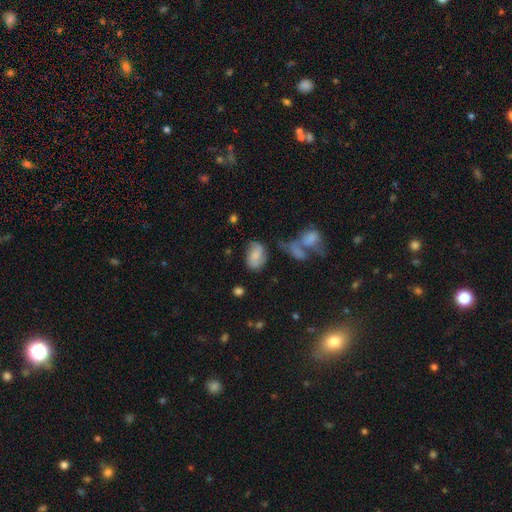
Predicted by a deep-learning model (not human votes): Smooth or featured? Predicted: smooth (p=0.62). How rounded? Predicted: in between (p=0.86). Merging? Predicted: none (p=0.54).